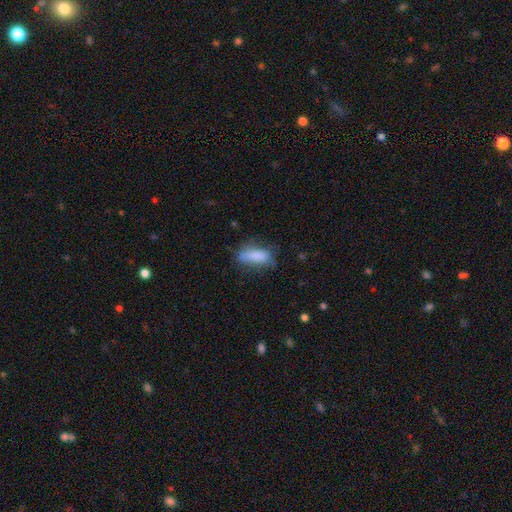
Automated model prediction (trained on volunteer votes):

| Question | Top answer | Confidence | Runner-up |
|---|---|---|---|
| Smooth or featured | smooth | 80% | featured or disk (12%) |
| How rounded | in between | 72% | cigar-shaped (26%) |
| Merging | none | 57% | minor disturbance (28%) |